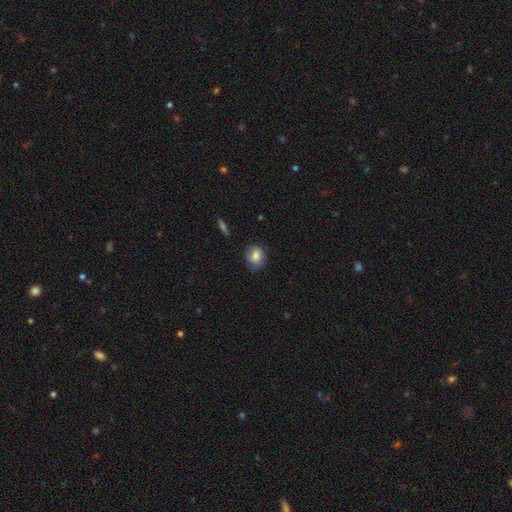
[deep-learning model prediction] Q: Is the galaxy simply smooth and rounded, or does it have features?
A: smooth — 81%.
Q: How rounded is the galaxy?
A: round — 54%.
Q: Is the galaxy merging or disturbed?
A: none — 74%.